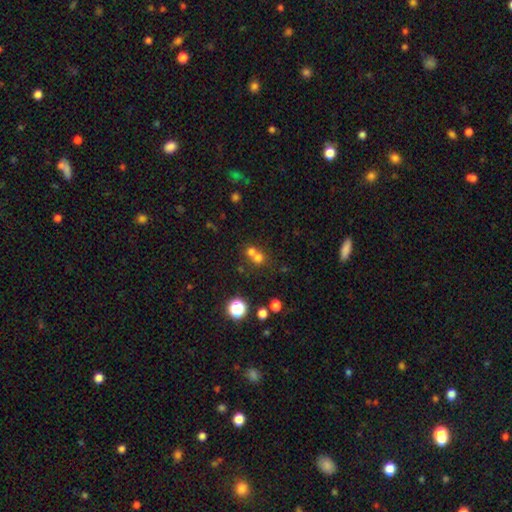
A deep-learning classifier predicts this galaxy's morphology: A smooth galaxy with no disk features (65%) that is round (84%). Merging: merger (52%).